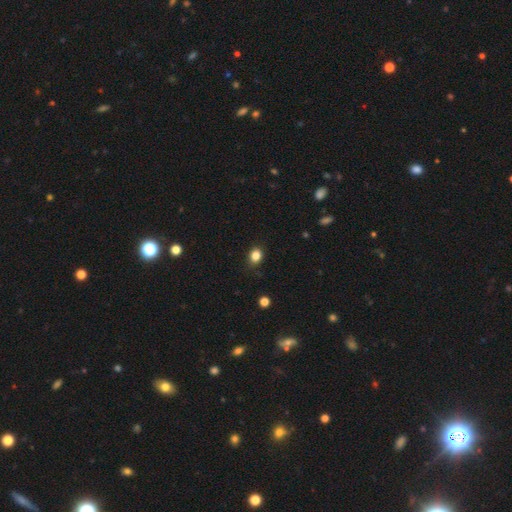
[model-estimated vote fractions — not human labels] This appears to be a smooth galaxy with no disk features (85%) that is in between round and cigar-shaped (50%). Merging: none (85%).